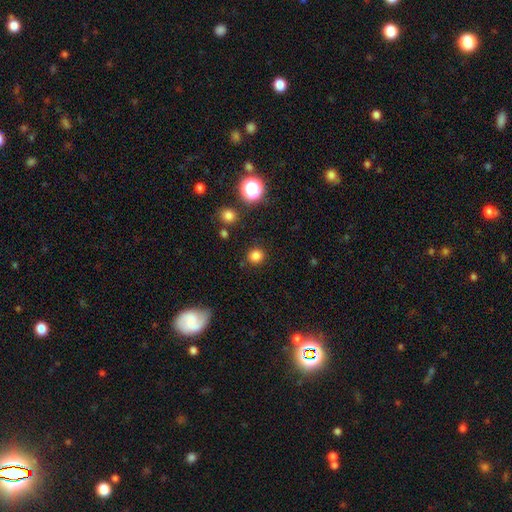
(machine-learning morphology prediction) type=smooth (81%); roundness=round (90%); merging=none (88%).